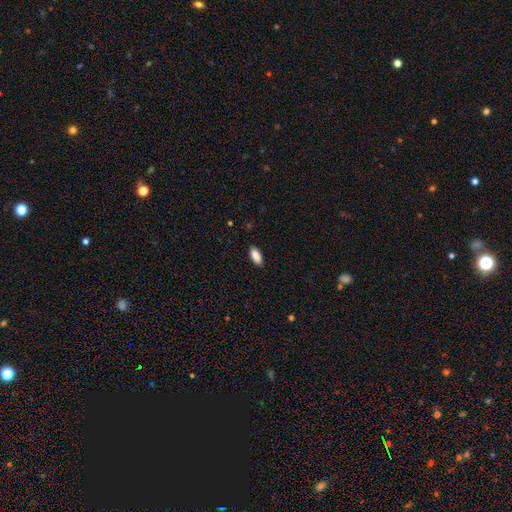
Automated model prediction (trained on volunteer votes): This is clearly a smooth galaxy (89%). How rounded: clearly in between (88%). Merging: clearly none (88%).